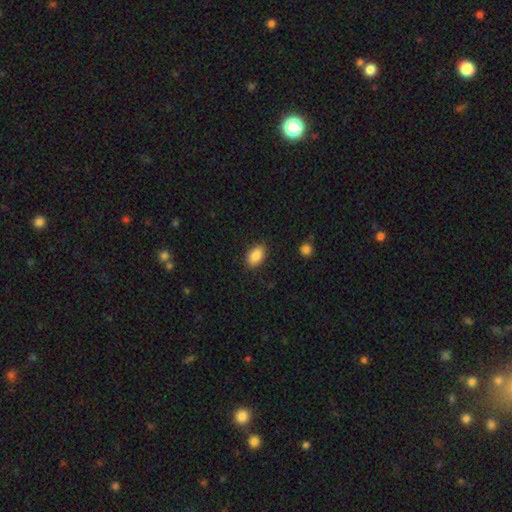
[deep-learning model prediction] smooth 87%, star or artifact 7%, featured or disk 5%. Down the decision tree: how rounded — in between (89%); merging — none (85%).